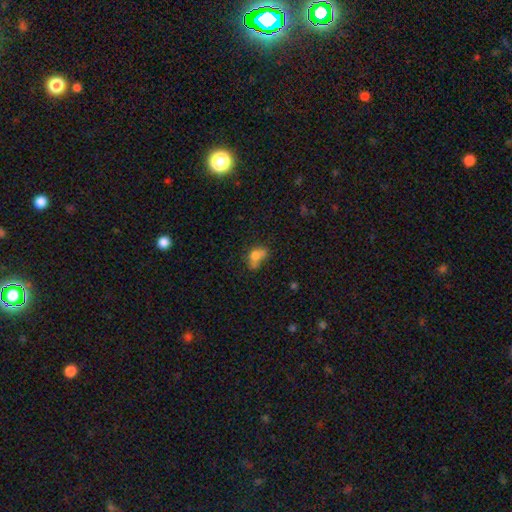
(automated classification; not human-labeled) Smooth or featured? Predicted: smooth (p=0.69). How rounded? Predicted: in between (p=0.69). Merging? Predicted: none (p=0.29, tied with merger).